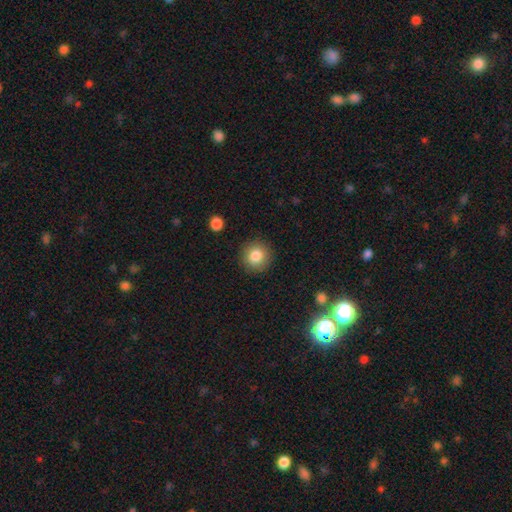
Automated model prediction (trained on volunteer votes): Smooth or featured?
  - smooth: 84% *
  - star or artifact: 10%
  - featured or disk: 7%
How rounded?
  - round: 92% *
  - in between: 7%
  - cigar-shaped: 1%
Merging?
  - none: 90% *
  - minor disturbance: 6%
  - major disturbance: 2%
  - merger: 1%